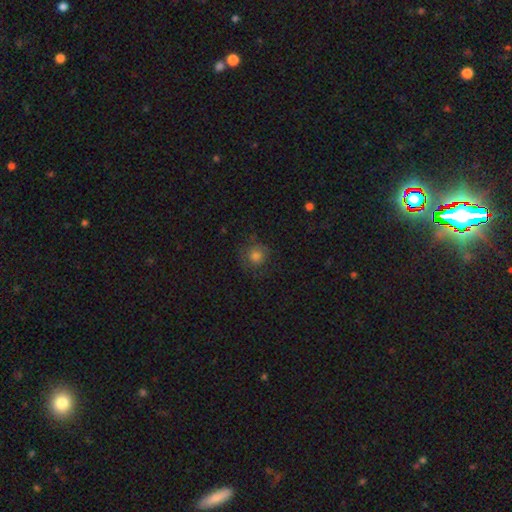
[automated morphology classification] Smooth or featured? smooth (72%)
How rounded? round (89%)
Merging? none (73%)